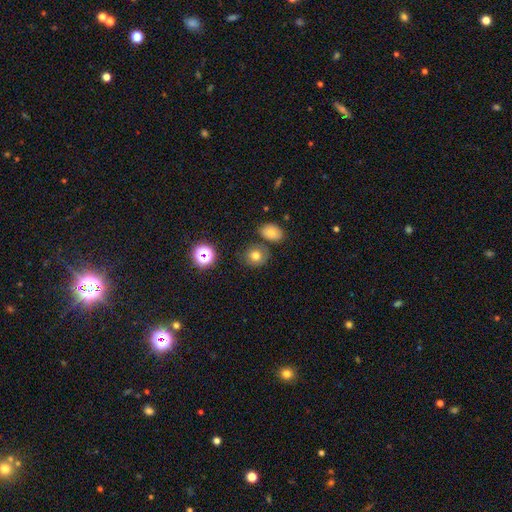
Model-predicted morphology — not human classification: The model was most divided on "how rounded": round: 70%, in between: 29%, cigar-shaped: 1%. More confident: merging — none (72%); smooth or featured — smooth (71%).